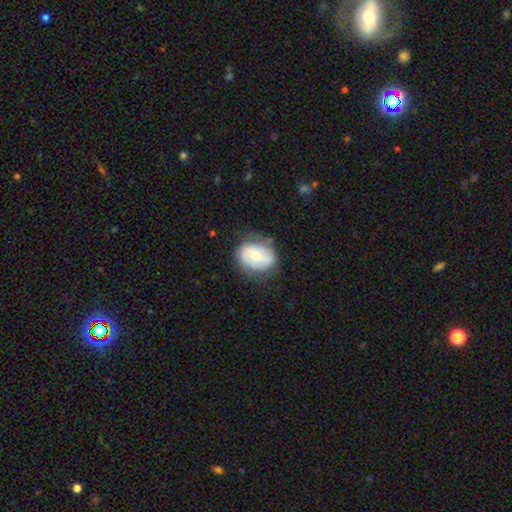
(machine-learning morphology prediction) The model was most divided on "smooth or featured": smooth: 50%, featured or disk: 44%, star or artifact: 7%. More confident: merging — none (67%).